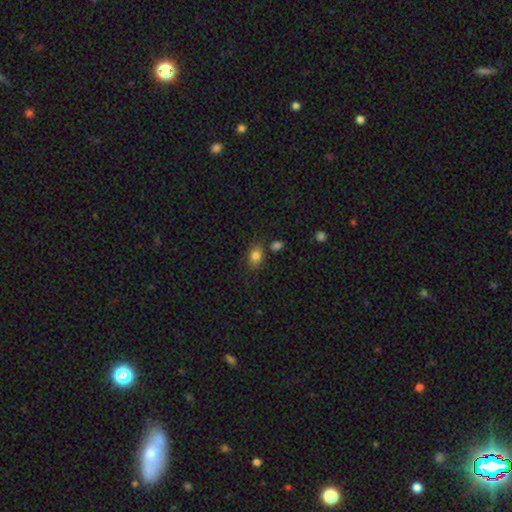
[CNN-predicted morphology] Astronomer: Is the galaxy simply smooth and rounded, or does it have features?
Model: smooth — 83%.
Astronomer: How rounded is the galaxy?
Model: in between — 71%.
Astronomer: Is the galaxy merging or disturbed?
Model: none — 72%.